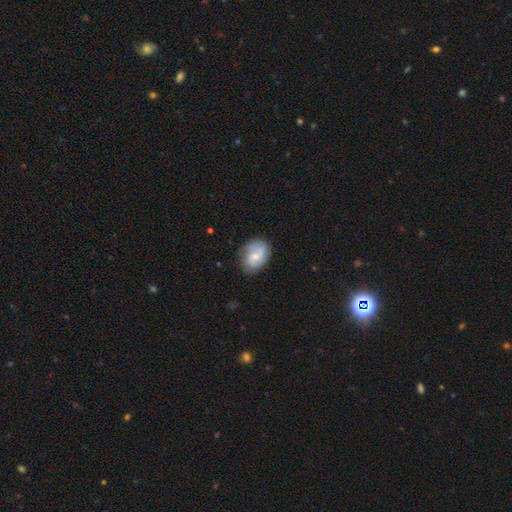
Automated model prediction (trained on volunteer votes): A featured or disk galaxy (49%).

Vote fractions:
- Smooth or featured? featured or disk: 49% / smooth: 44% / star or artifact: 7%
- Merging? none: 72% / minor disturbance: 20% / major disturbance: 6% / merger: 2%